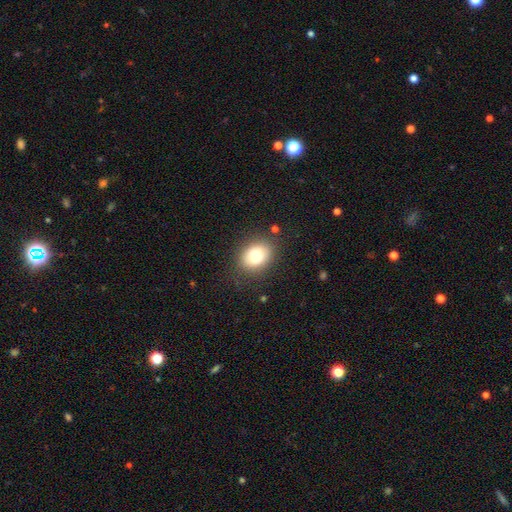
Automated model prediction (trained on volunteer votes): smooth_or_featured: smooth (p=0.78) [alt: featured or disk p=0.12]
how_rounded: in between (p=0.61) [alt: round p=0.38]
merging: none (p=0.83) [alt: minor disturbance p=0.12]